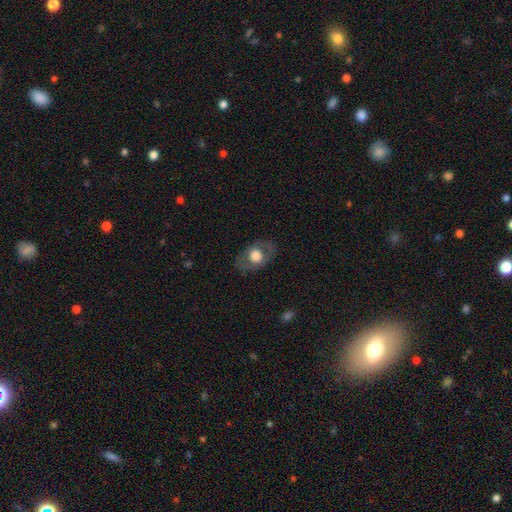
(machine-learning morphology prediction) Smooth or featured: smooth — 56% (featured or disk — 37%)
How rounded: in between — 69% (round — 30%)
Merging: none — 78% (minor disturbance — 14%)